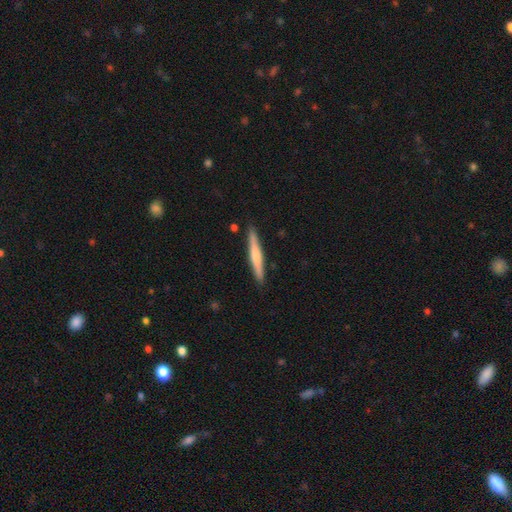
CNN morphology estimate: The model was most divided on "smooth or featured": smooth: 53%, featured or disk: 42%, star or artifact: 5%. More confident: how rounded — cigar-shaped (95%); merging — none (89%).